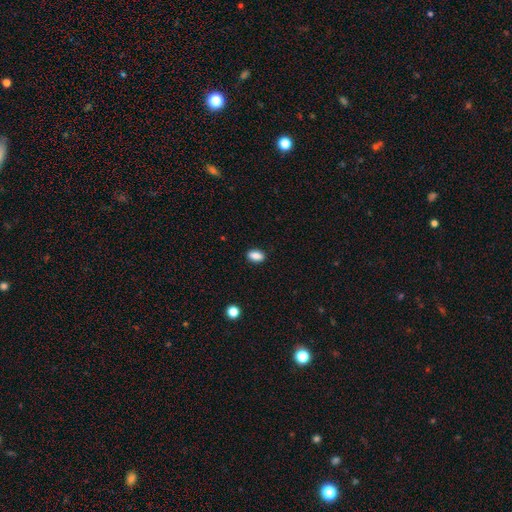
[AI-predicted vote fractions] This appears to be a smooth galaxy with no disk features (87%) that is in between round and cigar-shaped (88%). Merging: none (88%).